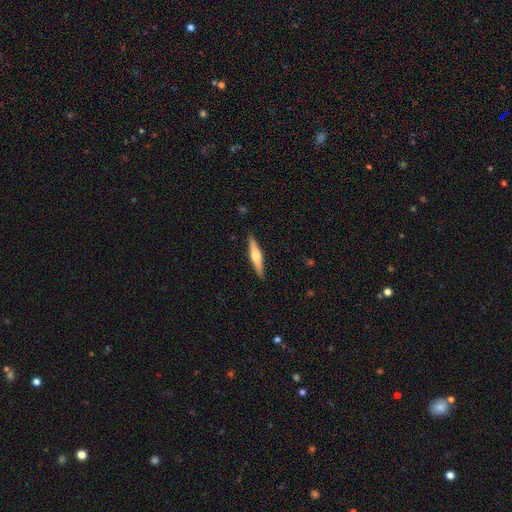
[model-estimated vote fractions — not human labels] This is likely a featured or disk galaxy (60%). It is clearly viewed edge-on (97%). Edge-on bulge: clearly rounded (89%). Merging: clearly none (90%).